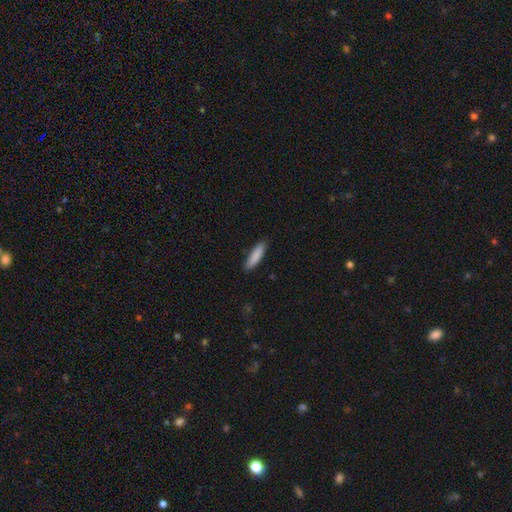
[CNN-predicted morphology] Smooth or featured?
  - smooth: 87% *
  - featured or disk: 8%
  - star or artifact: 6%
How rounded?
  - cigar-shaped: 77% *
  - in between: 22%
  - round: 1%
Merging?
  - none: 85% *
  - minor disturbance: 12%
  - major disturbance: 2%
  - merger: 1%